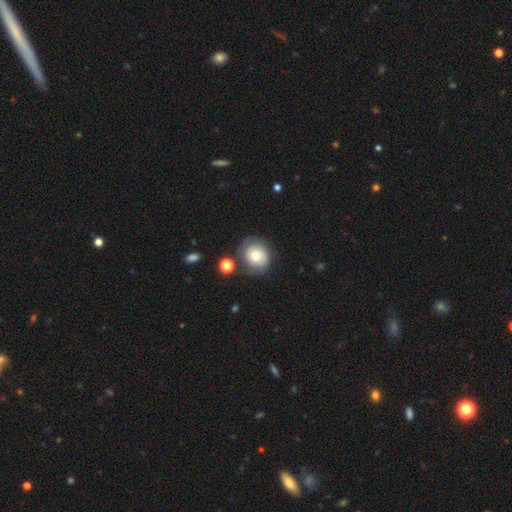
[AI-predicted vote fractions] smooth-or-featured: smooth: 60% | featured or disk: 31% | star or artifact: 9%
  how-rounded: round: 68% | in between: 31% | cigar-shaped: 1%
  merging: none: 70% | minor disturbance: 18% | major disturbance: 7% | merger: 5%